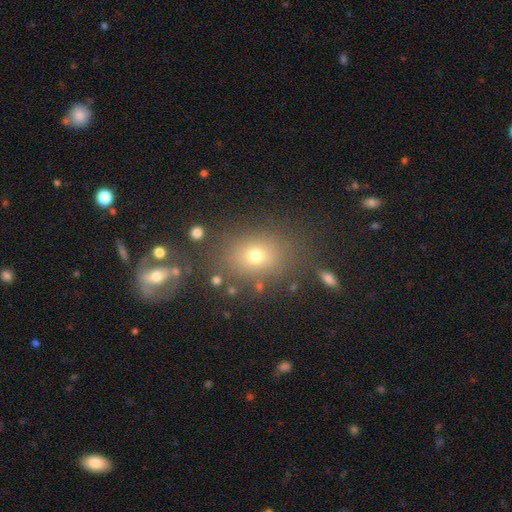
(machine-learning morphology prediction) The model was most divided on "how rounded": in between: 54%, round: 45%, cigar-shaped: 1%. More confident: merging — none (77%); smooth or featured — smooth (67%).